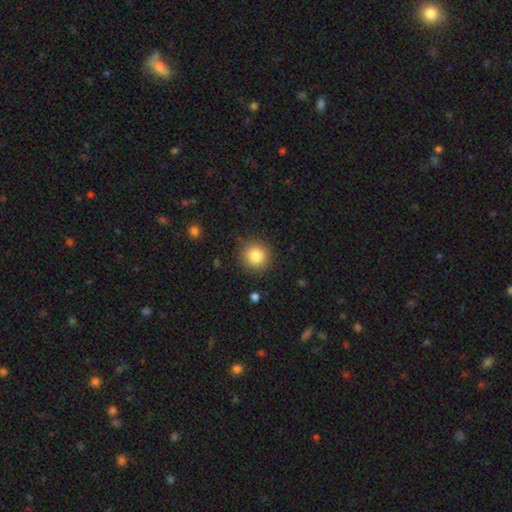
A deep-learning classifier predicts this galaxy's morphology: This is clearly a smooth galaxy (83%). How rounded: clearly round (92%). Merging: clearly none (87%).